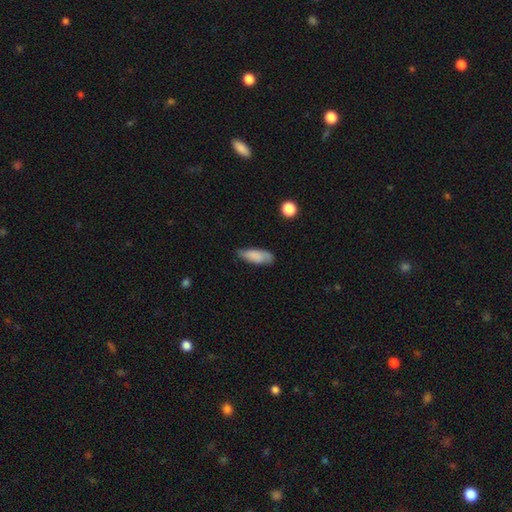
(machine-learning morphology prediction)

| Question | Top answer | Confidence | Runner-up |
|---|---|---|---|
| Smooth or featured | smooth | 79% | featured or disk (14%) |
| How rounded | in between | 71% | cigar-shaped (27%) |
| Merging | none | 67% | minor disturbance (26%) |